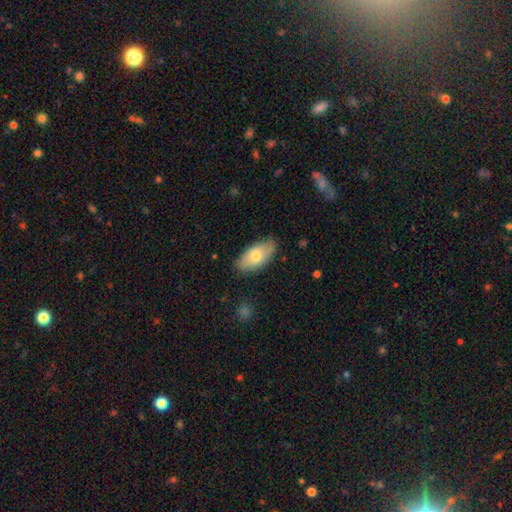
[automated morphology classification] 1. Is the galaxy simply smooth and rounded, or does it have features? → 72% smooth, 21% featured or disk, 6% star or artifact.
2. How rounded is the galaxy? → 92% in between, 4% cigar-shaped, 3% round.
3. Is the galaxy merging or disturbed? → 80% none, 16% minor disturbance, 3% major disturbance, 1% merger.